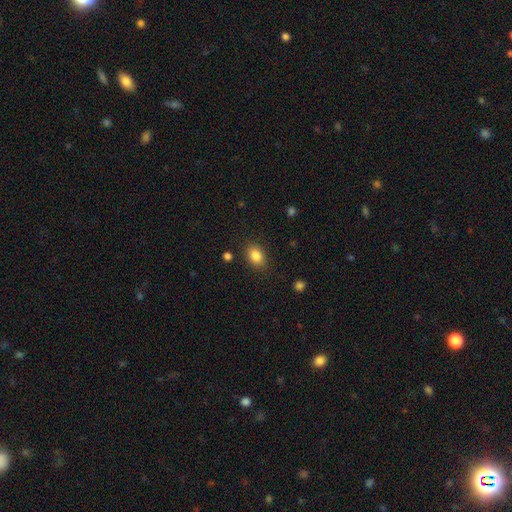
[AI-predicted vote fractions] Overall: smooth (85%). How rounded: in between (74%). Merging: none (85%).